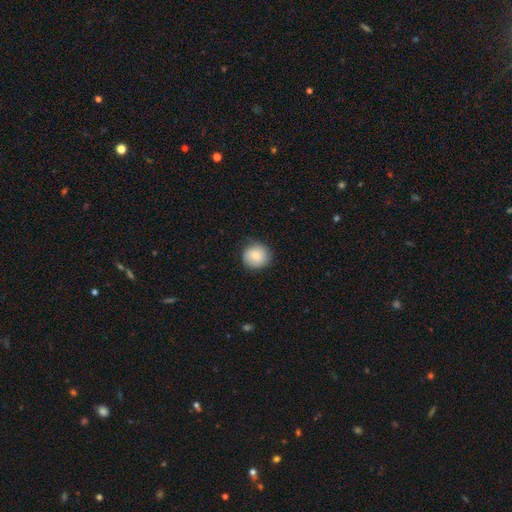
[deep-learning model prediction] The model was most divided on "merging": none: 78%, minor disturbance: 17%, major disturbance: 4%, merger: 1%. More confident: how rounded — round (91%); smooth or featured — smooth (78%).